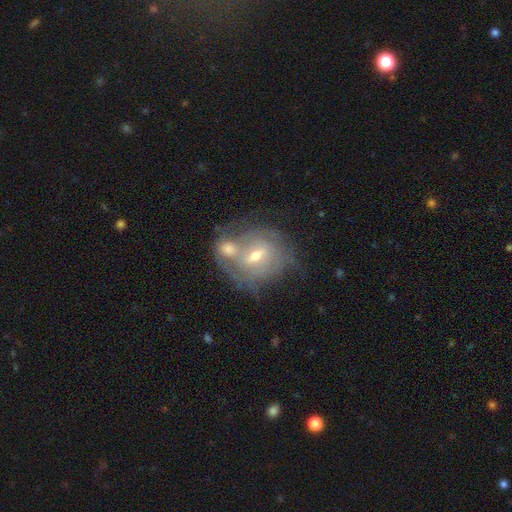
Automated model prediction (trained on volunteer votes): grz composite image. It shows a featured or disk galaxy (68%) with a weak bar (53%), spiral arms (71%) and a moderate central bulge (54%). Merging: merger (52%).